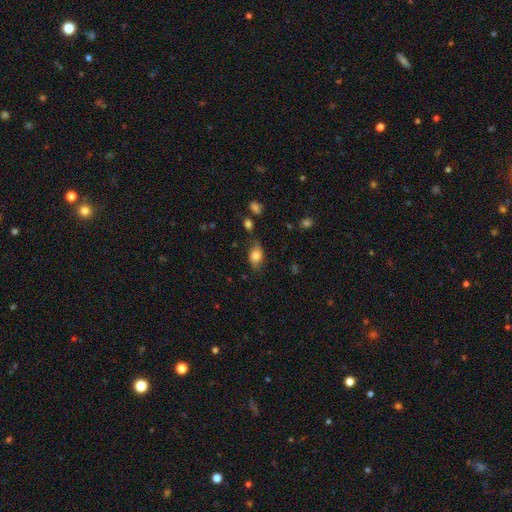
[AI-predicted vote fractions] A smooth galaxy with no disk features (71%) that is in between round and cigar-shaped (84%). Merging: none (63%).